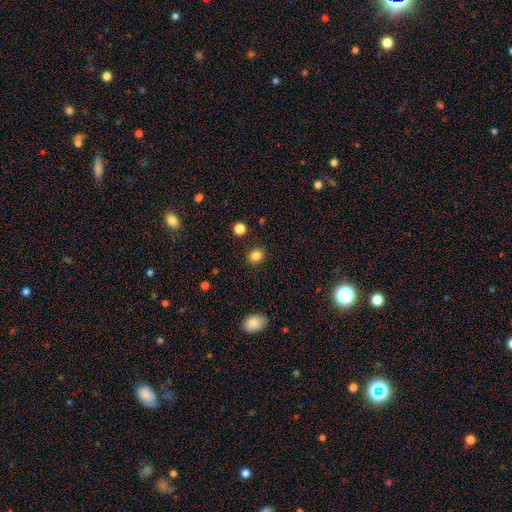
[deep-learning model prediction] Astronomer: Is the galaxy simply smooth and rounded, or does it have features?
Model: smooth — 84%.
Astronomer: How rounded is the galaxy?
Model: round — 71%.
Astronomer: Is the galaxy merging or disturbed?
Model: none — 89%.